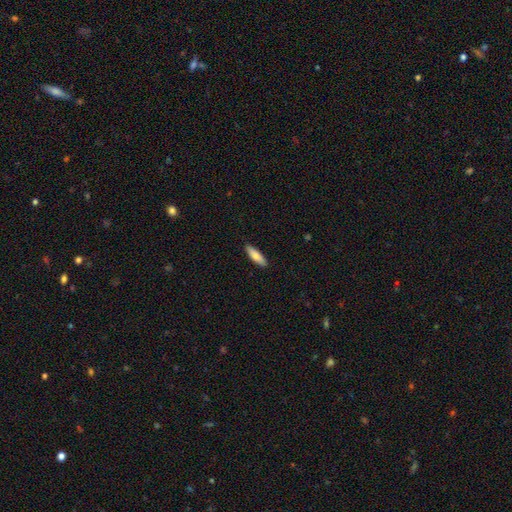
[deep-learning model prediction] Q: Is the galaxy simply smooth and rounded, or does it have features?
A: smooth — 75%.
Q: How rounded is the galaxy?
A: cigar-shaped — 56%.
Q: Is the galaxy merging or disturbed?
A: none — 90%.